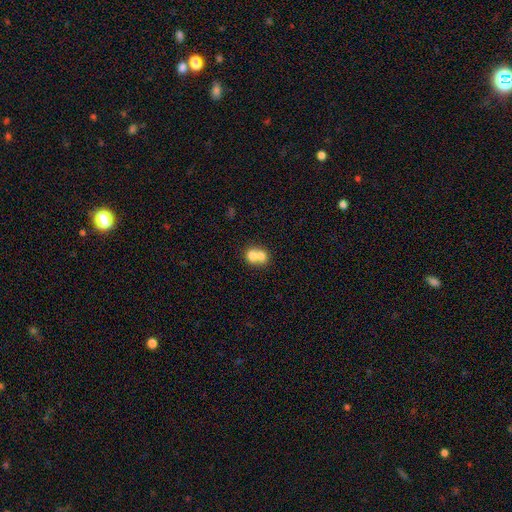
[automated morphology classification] Overall: smooth (70%). How rounded: round (64%; in between 35%). Merging: merger (71%).